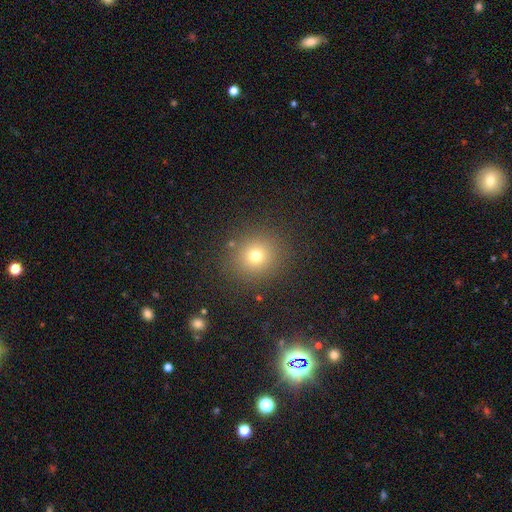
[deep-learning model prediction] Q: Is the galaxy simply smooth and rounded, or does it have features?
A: smooth — 71%.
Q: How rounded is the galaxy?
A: round — 87%.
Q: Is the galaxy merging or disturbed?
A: none — 87%.